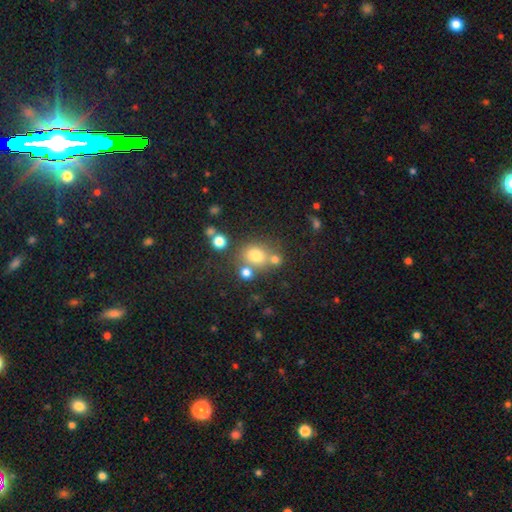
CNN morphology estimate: smooth-or-featured: smooth: 72% | star or artifact: 17% | featured or disk: 10%
  how-rounded: round: 72% | in between: 27% | cigar-shaped: 1%
  merging: none: 62% | merger: 21% | minor disturbance: 12% | major disturbance: 5%